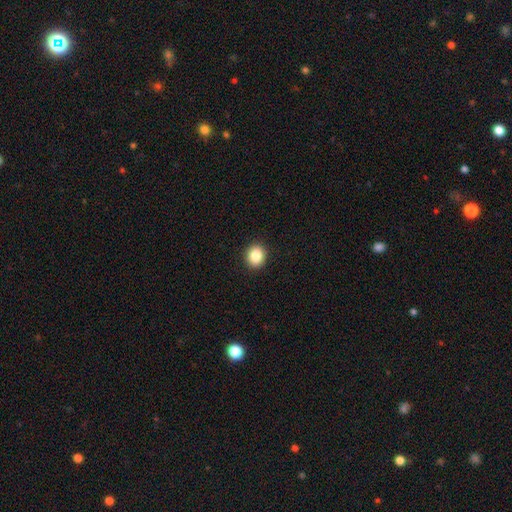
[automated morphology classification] Smooth or featured: smooth — 86% (star or artifact — 9%)
How rounded: round — 73% (in between — 26%)
Merging: none — 92% (minor disturbance — 5%)